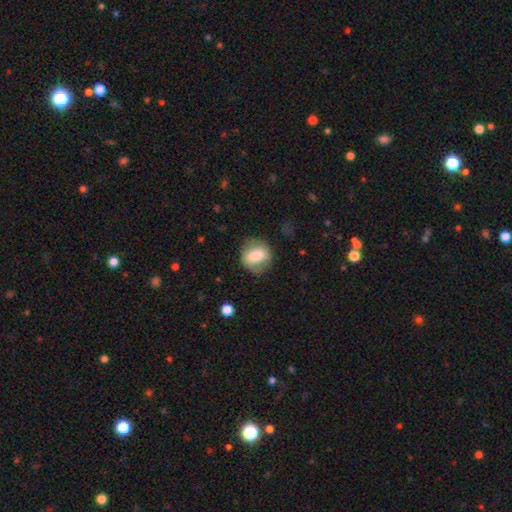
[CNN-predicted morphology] smooth_or_featured: smooth (p=0.66) [alt: featured or disk p=0.27]
how_rounded: round (p=0.70) [alt: in between p=0.29]
merging: none (p=0.75) [alt: minor disturbance p=0.16]